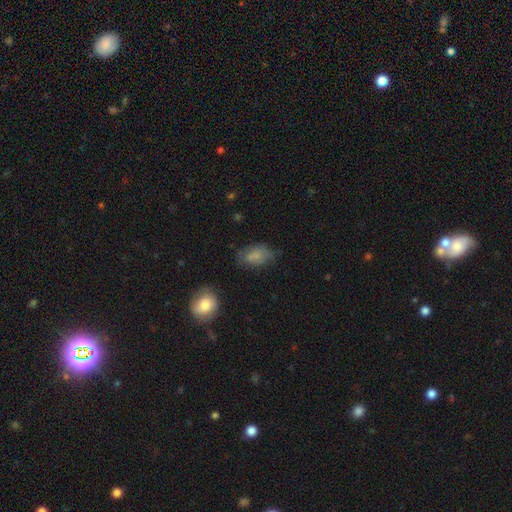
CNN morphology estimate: Smooth or featured?
  - smooth: 77% *
  - featured or disk: 13%
  - star or artifact: 10%
How rounded?
  - in between: 88% *
  - round: 10%
  - cigar-shaped: 2%
Merging?
  - none: 57% *
  - minor disturbance: 29%
  - major disturbance: 10%
  - merger: 4%